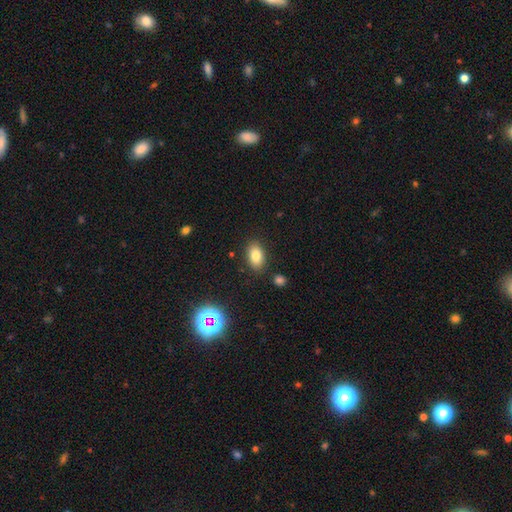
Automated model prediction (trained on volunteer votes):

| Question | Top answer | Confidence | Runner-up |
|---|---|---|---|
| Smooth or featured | smooth | 80% | star or artifact (11%) |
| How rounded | in between | 89% | round (9%) |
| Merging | none | 85% | minor disturbance (10%) |